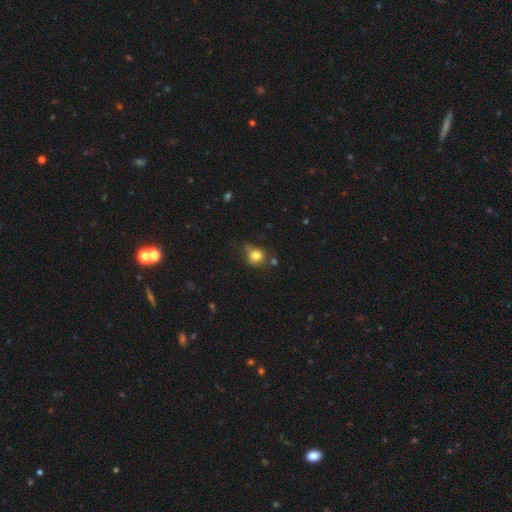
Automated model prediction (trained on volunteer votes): Overall: smooth (79%). How rounded: round (77%). Merging: none (60%; minor disturbance 25%).